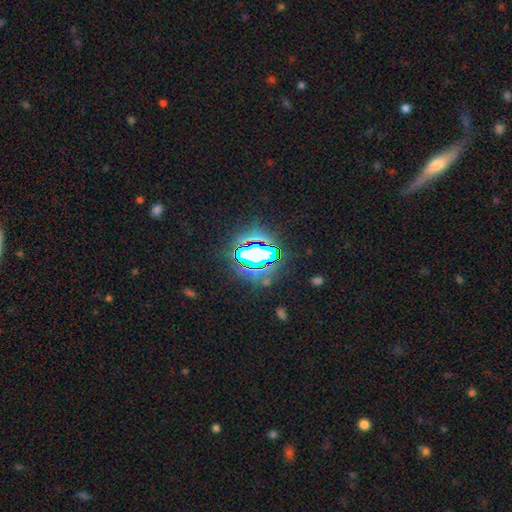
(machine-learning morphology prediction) Smooth or featured?
  - star or artifact: 71% *
  - smooth: 17%
  - featured or disk: 12%